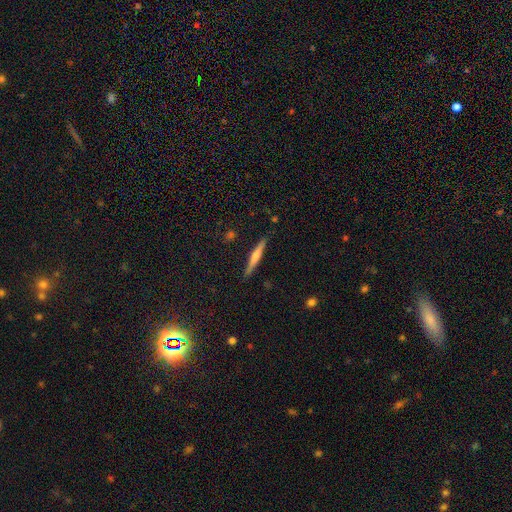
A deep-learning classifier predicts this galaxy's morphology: A featured or disk galaxy (55%) viewed edge-on (97%) with a rounded central bulge (68%). Merging: none (90%).